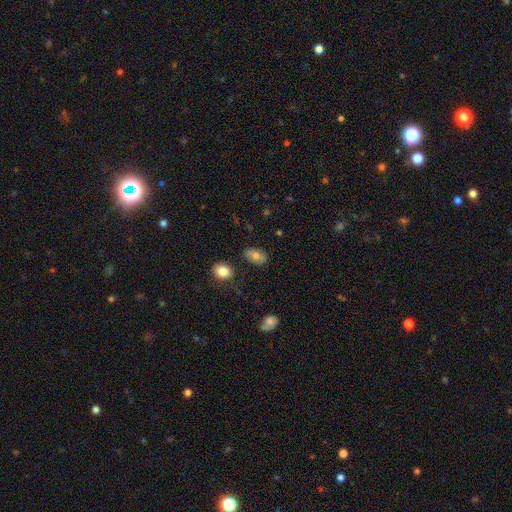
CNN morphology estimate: Q: Smooth or featured?
A: smooth (71%); runner-up: featured or disk (19%)
Q: How rounded?
A: in between (84%); runner-up: round (15%)
Q: Merging?
A: none (81%); runner-up: minor disturbance (13%)